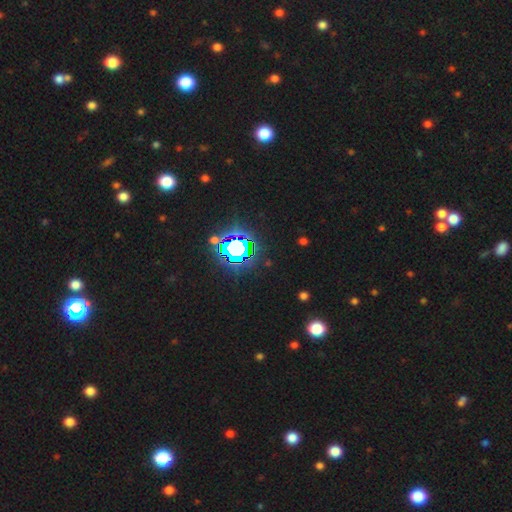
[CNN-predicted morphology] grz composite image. It shows a star or artifact, not a galaxy (82%).